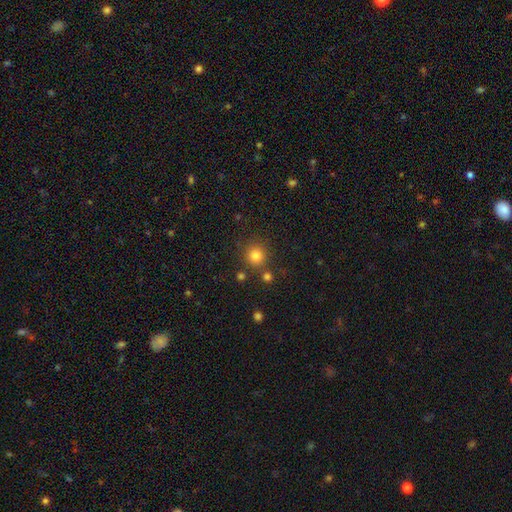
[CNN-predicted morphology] smooth_or_featured: smooth (p=0.81) [alt: star or artifact p=0.13]
how_rounded: round (p=0.93) [alt: in between p=0.06]
merging: none (p=0.82) [alt: merger p=0.08]